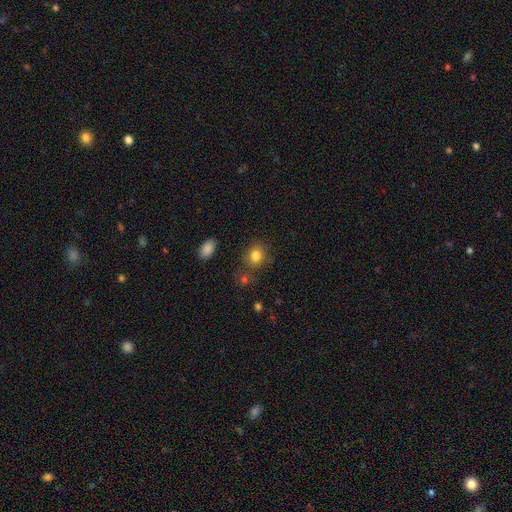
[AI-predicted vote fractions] Q: Smooth or featured?
A: smooth (83%); runner-up: star or artifact (11%)
Q: How rounded?
A: round (60%); runner-up: in between (39%)
Q: Merging?
A: none (75%); runner-up: minor disturbance (14%)